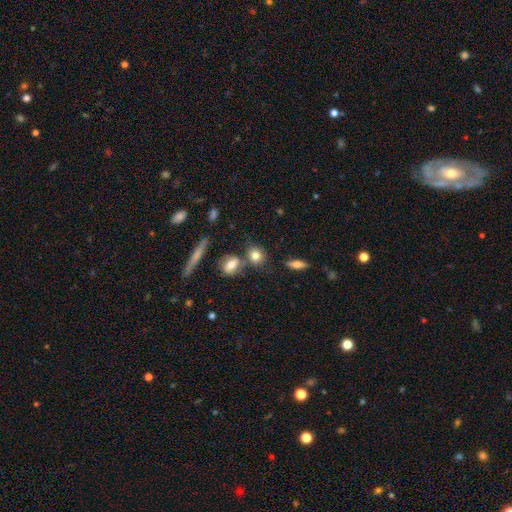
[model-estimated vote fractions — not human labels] Morphology: type=smooth (79%); roundness=round (57%); merging=none (64%).